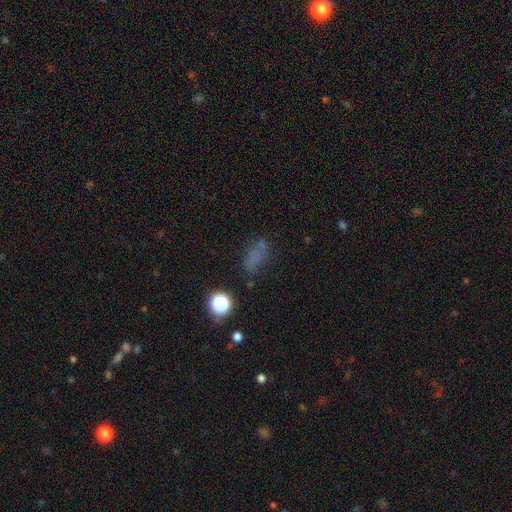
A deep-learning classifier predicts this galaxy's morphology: smooth 57%, star or artifact 27%, featured or disk 16%. Down the decision tree: how rounded — in between (72%); merging — none (57%).